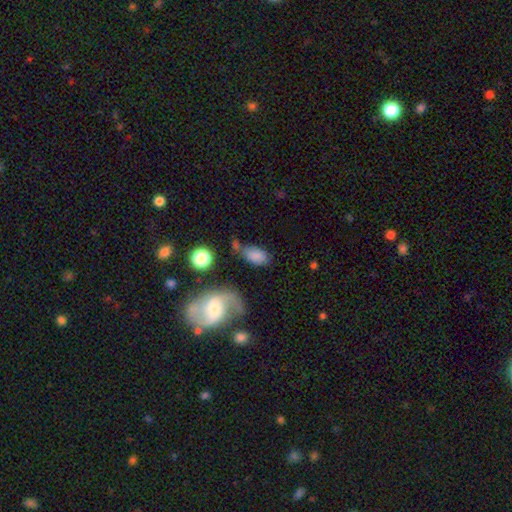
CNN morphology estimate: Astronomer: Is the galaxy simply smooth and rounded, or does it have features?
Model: smooth — 74%.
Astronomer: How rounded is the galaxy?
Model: in between — 89%.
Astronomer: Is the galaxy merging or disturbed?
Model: none — 48% (runner-up: minor disturbance, 24%).